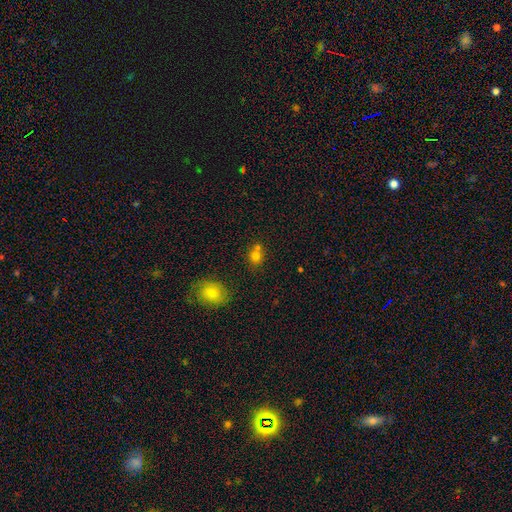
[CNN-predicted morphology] Smooth or featured?
  - smooth: 76% *
  - star or artifact: 14%
  - featured or disk: 10%
How rounded?
  - round: 73% *
  - in between: 25%
  - cigar-shaped: 1%
Merging?
  - none: 51% *
  - merger: 37%
  - minor disturbance: 9%
  - major disturbance: 3%